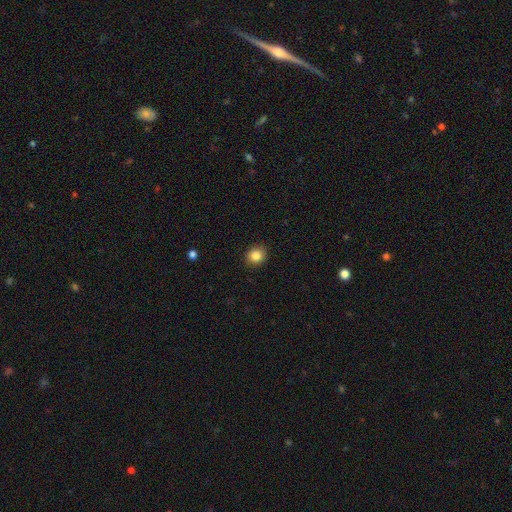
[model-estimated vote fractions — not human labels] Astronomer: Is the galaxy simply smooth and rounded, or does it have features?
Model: smooth — 86%.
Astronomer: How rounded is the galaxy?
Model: round — 78%.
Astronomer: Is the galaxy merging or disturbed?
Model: none — 90%.